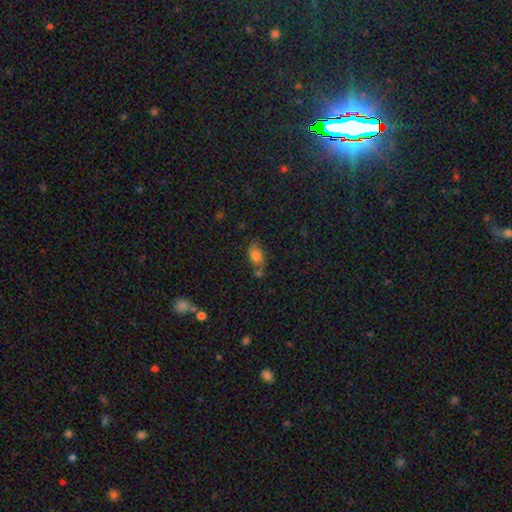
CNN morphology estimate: smooth 71%, featured or disk 17%, star or artifact 13%. Down the decision tree: how rounded — in between (80%); merging — none (47%).